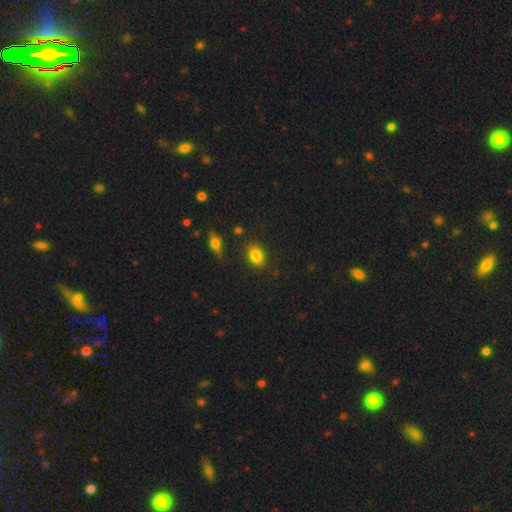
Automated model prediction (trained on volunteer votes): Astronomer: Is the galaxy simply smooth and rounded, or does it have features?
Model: smooth — 83%.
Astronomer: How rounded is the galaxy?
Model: in between — 67%.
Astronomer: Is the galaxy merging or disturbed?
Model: none — 86%.